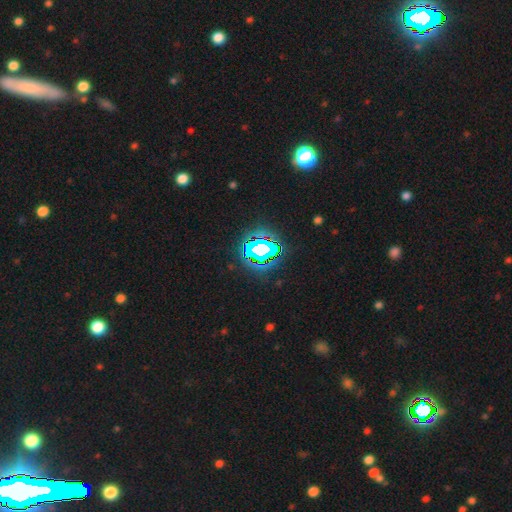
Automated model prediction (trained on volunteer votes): Smooth or featured? star or artifact (82%)